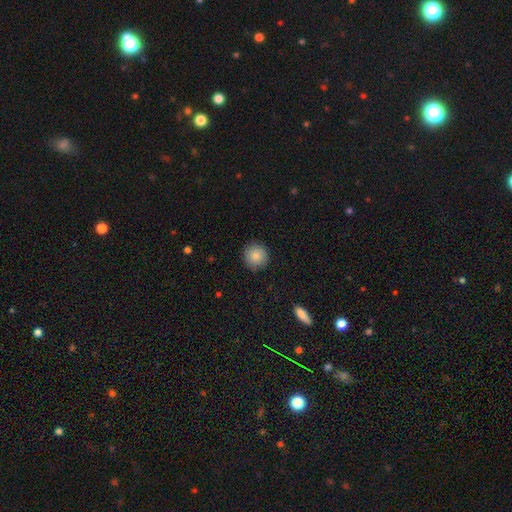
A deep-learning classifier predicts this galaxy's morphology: Q: Smooth or featured?
A: smooth (83%); runner-up: star or artifact (8%)
Q: How rounded?
A: round (95%); runner-up: in between (4%)
Q: Merging?
A: none (90%); runner-up: minor disturbance (7%)